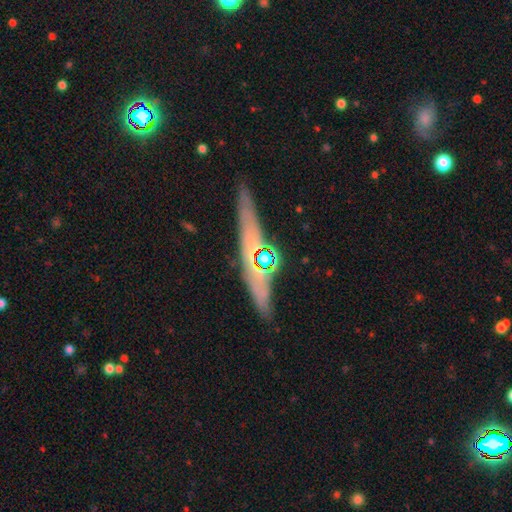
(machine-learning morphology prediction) Smooth or featured? Predicted: featured or disk (p=0.48). Merging? Predicted: none (p=0.84).